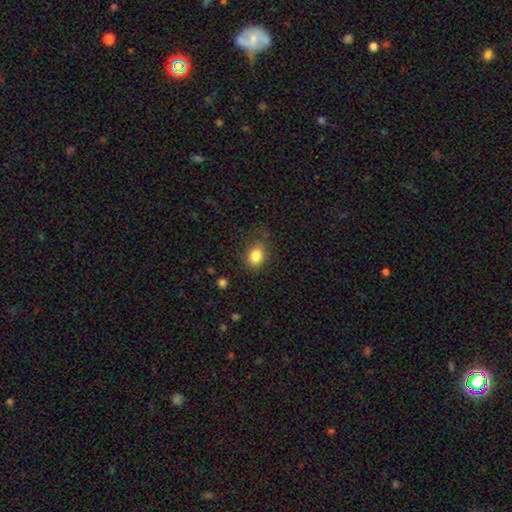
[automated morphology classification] A smooth galaxy with no disk features (84%) that is in between round and cigar-shaped (54%). Merging: none (79%).